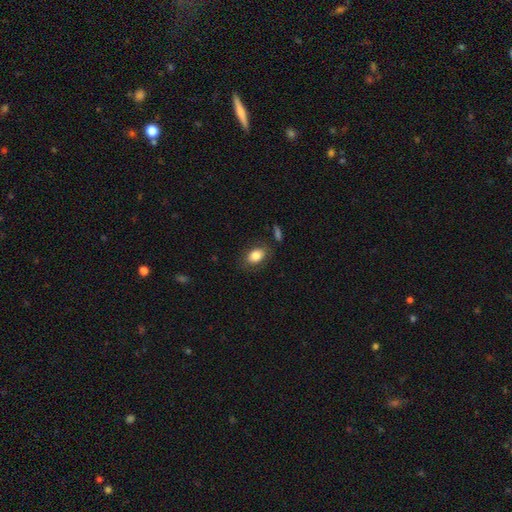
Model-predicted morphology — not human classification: smooth-or-featured: smooth: 82% | featured or disk: 10% | star or artifact: 8%
  how-rounded: in between: 82% | round: 16% | cigar-shaped: 1%
  merging: none: 79% | minor disturbance: 14% | major disturbance: 4% | merger: 3%